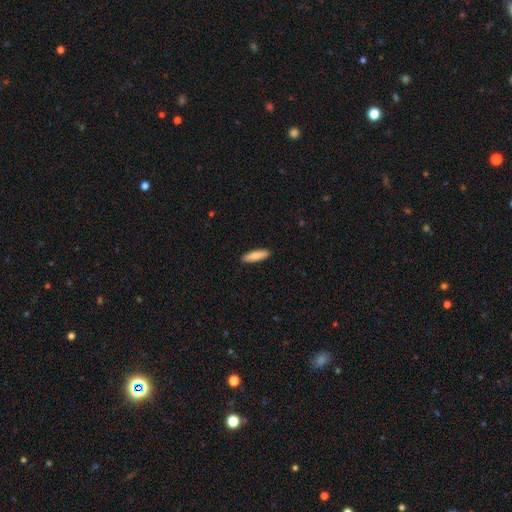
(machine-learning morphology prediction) smooth_or_featured: smooth (p=0.84) [alt: featured or disk p=0.11]
how_rounded: cigar-shaped (p=0.69) [alt: in between p=0.30]
merging: none (p=0.91) [alt: minor disturbance p=0.07]